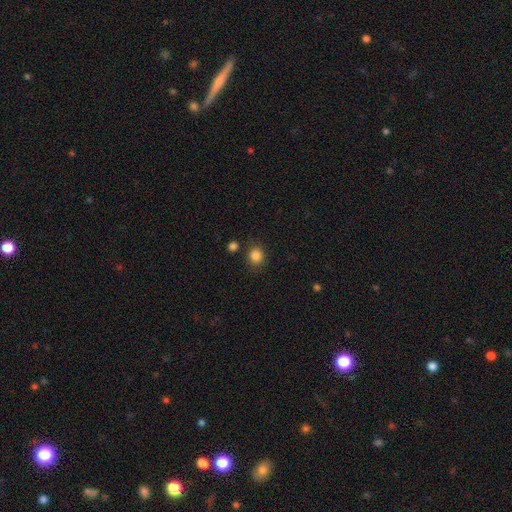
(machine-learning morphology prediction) Q: Smooth or featured?
A: smooth (85%); runner-up: star or artifact (11%)
Q: How rounded?
A: round (83%); runner-up: in between (16%)
Q: Merging?
A: none (84%); runner-up: minor disturbance (9%)